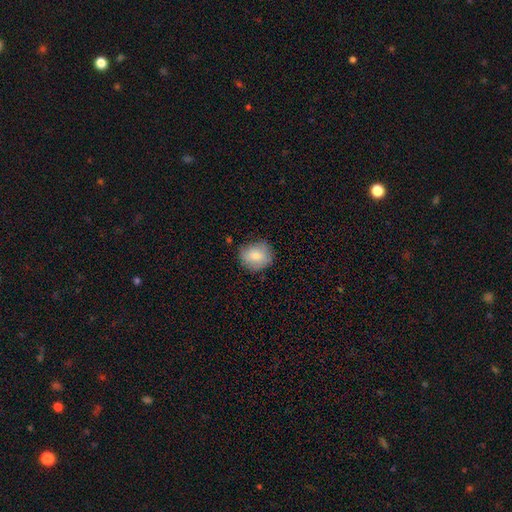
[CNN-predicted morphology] A smooth galaxy with no disk features (79%) that is round (74%). Merging: none (78%).